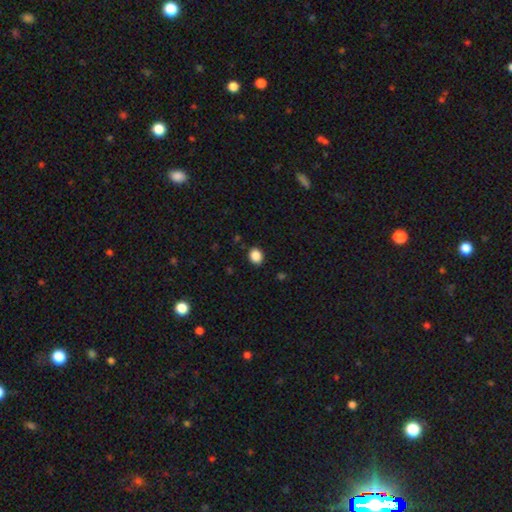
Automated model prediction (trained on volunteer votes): Smooth or featured? Predicted: smooth (p=0.88). How rounded? Predicted: round (p=0.59). Merging? Predicted: none (p=0.89).